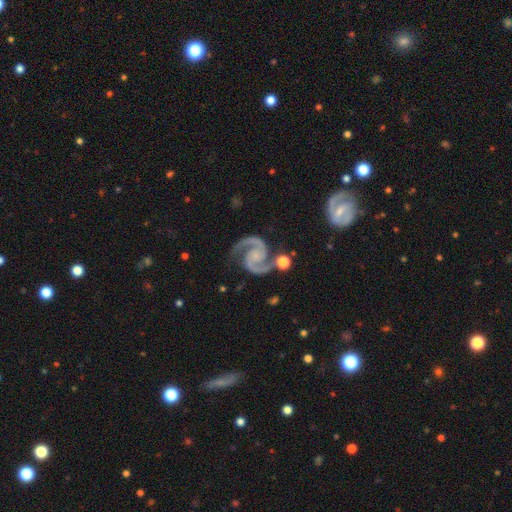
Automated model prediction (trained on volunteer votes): Morphology: type=featured or disk (94%); edge-on=no (98%); bar=no (60%); spiral arms=yes (99%); winding=medium (64%); arm count=2 (95%); bulge=small (44%); merging=none (76%).